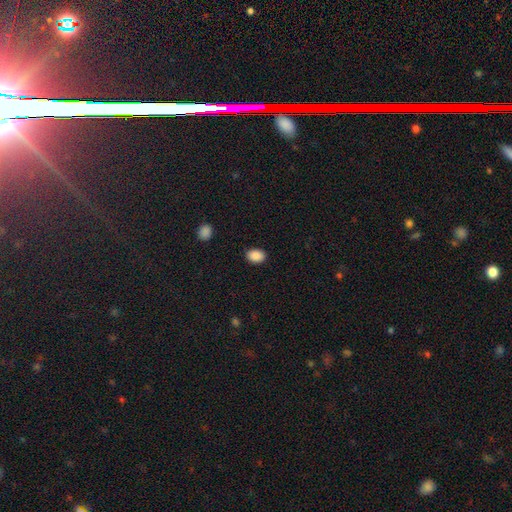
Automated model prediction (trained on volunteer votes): Smooth or featured?
  - smooth: 89% *
  - star or artifact: 8%
  - featured or disk: 3%
How rounded?
  - in between: 78% *
  - round: 21%
  - cigar-shaped: 1%
Merging?
  - none: 89% *
  - minor disturbance: 8%
  - major disturbance: 2%
  - merger: 1%